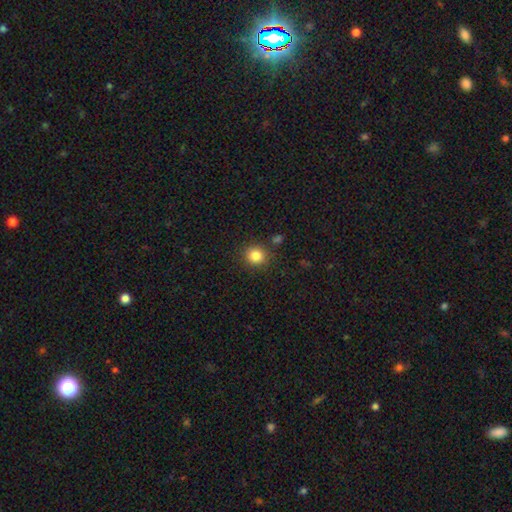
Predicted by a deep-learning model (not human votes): Morphology: type=smooth (84%); roundness=round (87%); merging=none (86%).